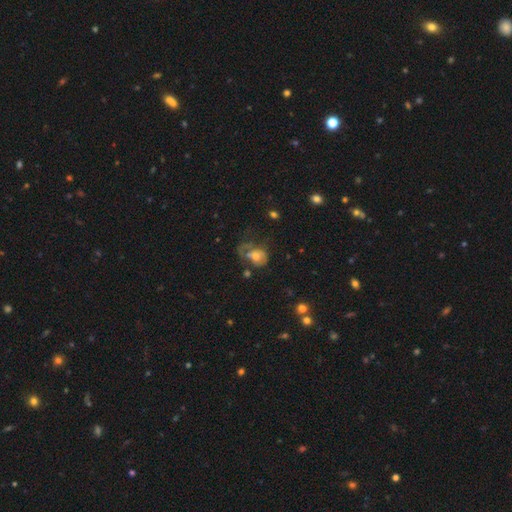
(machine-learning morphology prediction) This appears to be a smooth galaxy with no disk features (46%). Merging: major disturbance (41%).